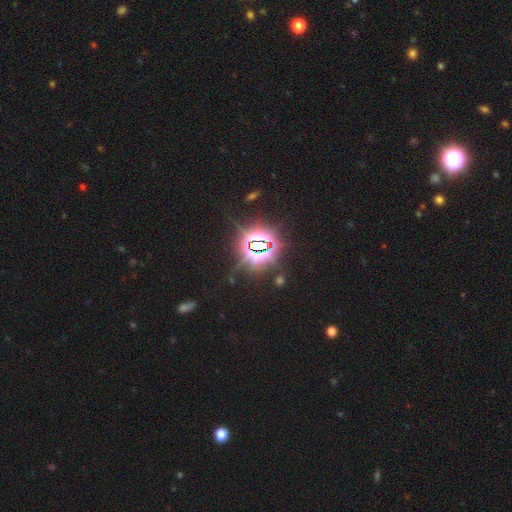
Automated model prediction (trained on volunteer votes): This is clearly a star or artifact rather than a galaxy (83%).